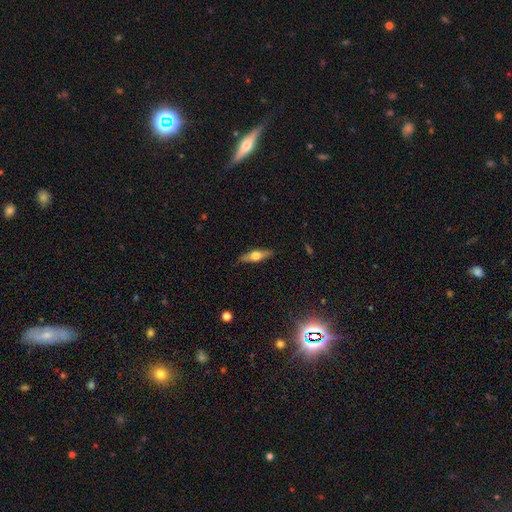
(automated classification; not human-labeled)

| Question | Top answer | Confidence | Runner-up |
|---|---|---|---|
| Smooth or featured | featured or disk | 56% | smooth (38%) |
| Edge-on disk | yes | 93% | no (7%) |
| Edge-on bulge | rounded | 93% | boxy (5%) |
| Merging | none | 86% | minor disturbance (11%) |